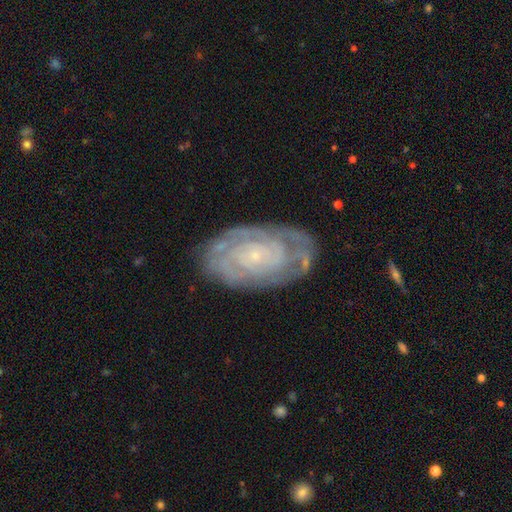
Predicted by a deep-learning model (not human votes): smooth_or_featured: featured or disk (p=0.79) [alt: smooth p=0.14]
disk_edge_on: no (p=0.95) [alt: yes p=0.05]
bar: no (p=0.80) [alt: weak p=0.16]
has_spiral_arms: yes (p=0.87) [alt: no p=0.13]
spiral_winding: tight (p=0.78) [alt: medium p=0.17]
spiral_arm_count: can't tell (p=0.50) [alt: 2 p=0.19]
bulge_size: small (p=0.85) [alt: moderate p=0.09]
merging: none (p=0.75) [alt: minor disturbance p=0.18]